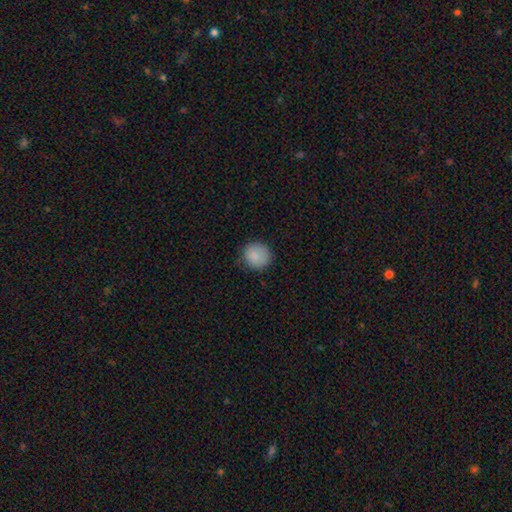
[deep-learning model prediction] smooth 86%, star or artifact 8%, featured or disk 6%. Down the decision tree: how rounded — round (90%); merging — none (79%).